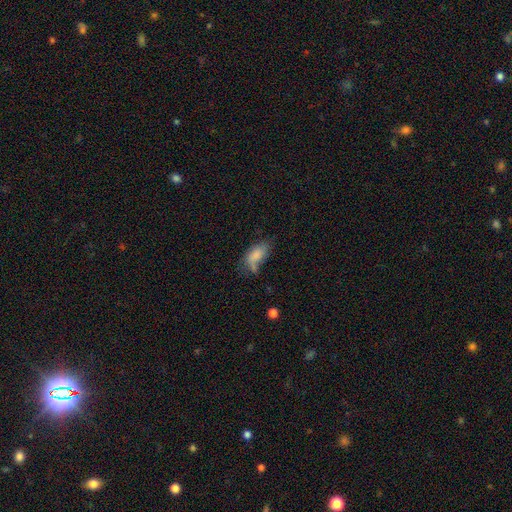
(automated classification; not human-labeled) A smooth galaxy with no disk features (75%) that is in between round and cigar-shaped (90%). Merging: none (36%).